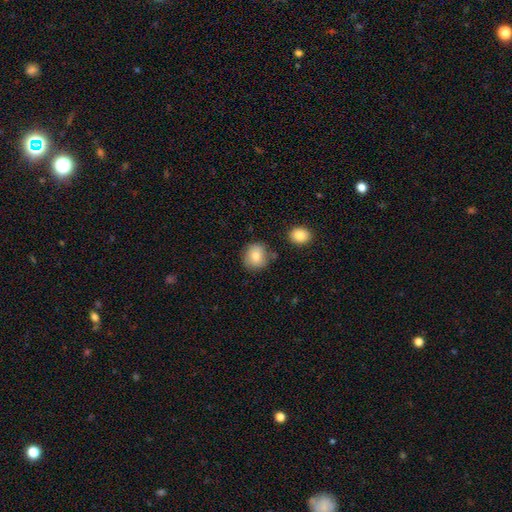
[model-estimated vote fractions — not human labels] smooth_or_featured: smooth (p=0.80) [alt: featured or disk p=0.12]
how_rounded: round (p=0.86) [alt: in between p=0.13]
merging: none (p=0.75) [alt: minor disturbance p=0.15]